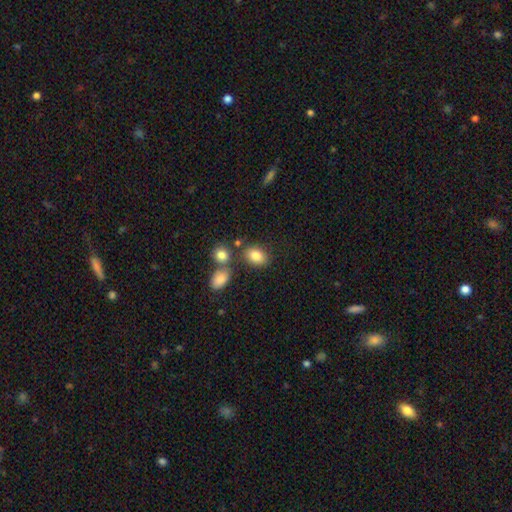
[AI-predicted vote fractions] A smooth galaxy with no disk features (83%) that is in between round and cigar-shaped (79%). Merging: none (68%).